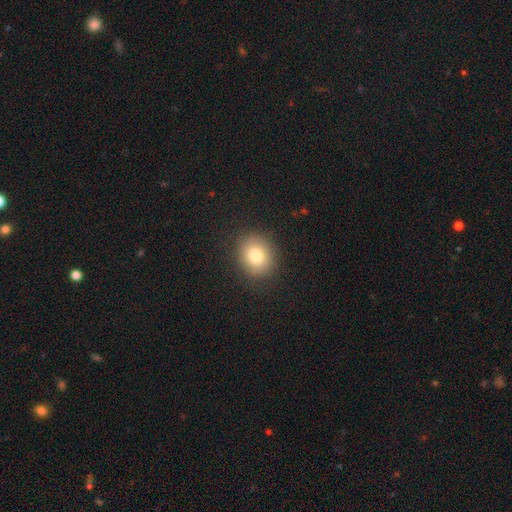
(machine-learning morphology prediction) type=smooth (80%); roundness=round (74%); merging=none (89%).